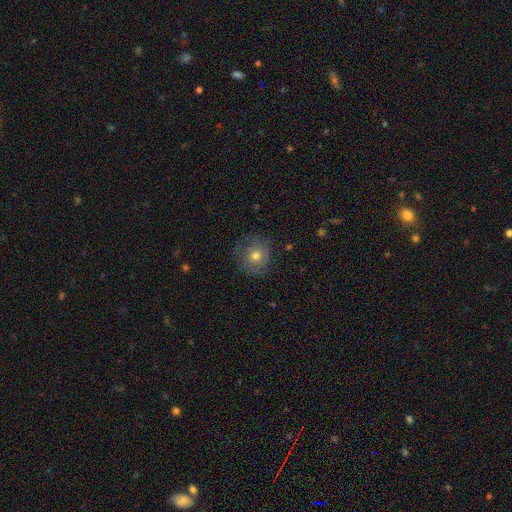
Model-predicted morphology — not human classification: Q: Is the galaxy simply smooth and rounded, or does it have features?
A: smooth — 62%.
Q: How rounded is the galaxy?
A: round — 89%.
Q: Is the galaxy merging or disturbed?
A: none — 76%.